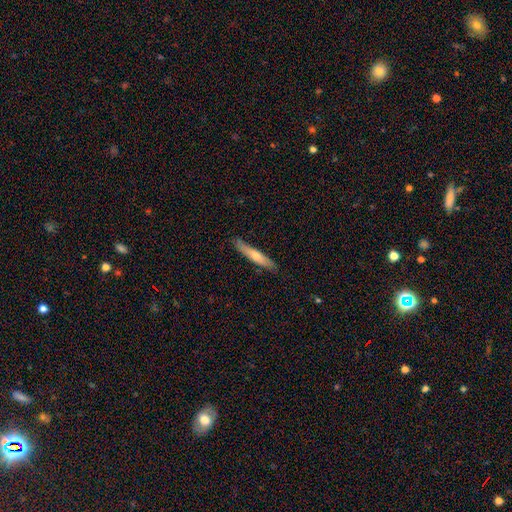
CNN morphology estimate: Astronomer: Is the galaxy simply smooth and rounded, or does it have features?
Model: smooth — 56% (runner-up: featured or disk, 38%).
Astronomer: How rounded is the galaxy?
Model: cigar-shaped — 90%.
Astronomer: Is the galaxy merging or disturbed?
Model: none — 82%.